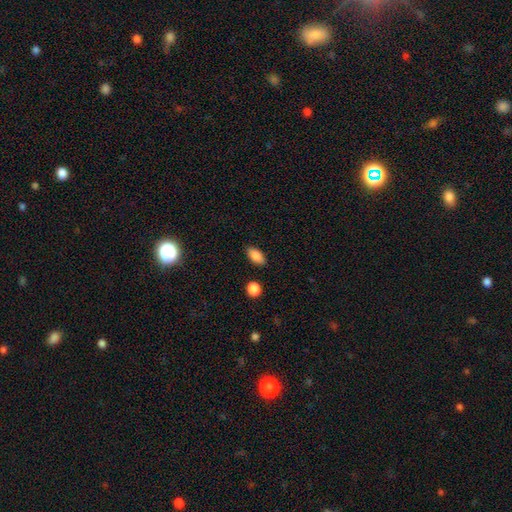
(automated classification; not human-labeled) Smooth or featured: smooth — 86% (star or artifact — 8%)
How rounded: in between — 90% (cigar-shaped — 6%)
Merging: none — 87% (minor disturbance — 9%)